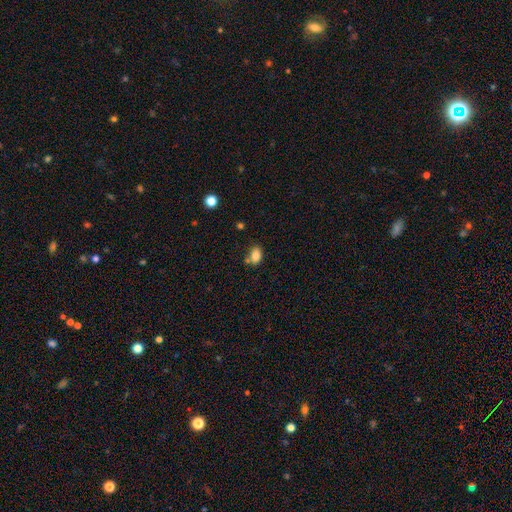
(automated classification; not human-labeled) A smooth galaxy with no disk features (83%) that is in between round and cigar-shaped (83%). Merging: none (61%).